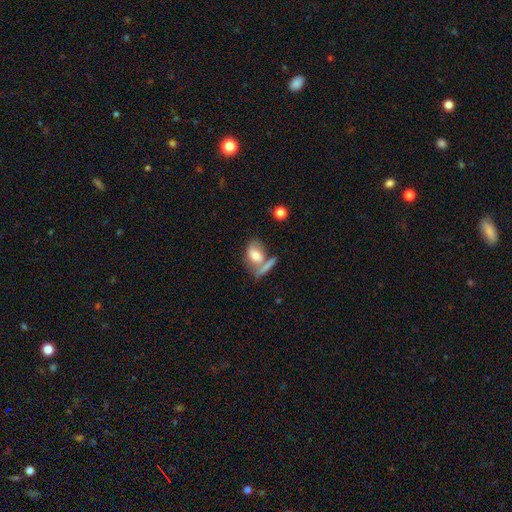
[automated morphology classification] Smooth or featured?
  - smooth: 65% *
  - featured or disk: 27%
  - star or artifact: 8%
How rounded?
  - in between: 79% *
  - round: 16%
  - cigar-shaped: 5%
Merging?
  - merger: 38% *
  - none: 35%
  - minor disturbance: 16%
  - major disturbance: 12%